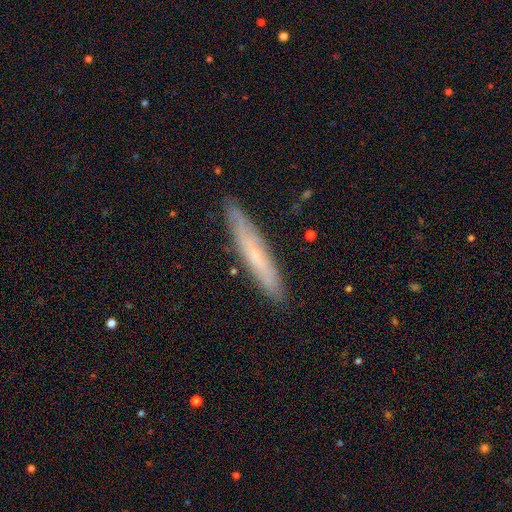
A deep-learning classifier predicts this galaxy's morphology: This appears to be a smooth galaxy with no disk features (51%) that is cigar-shaped (93%). Merging: none (87%).